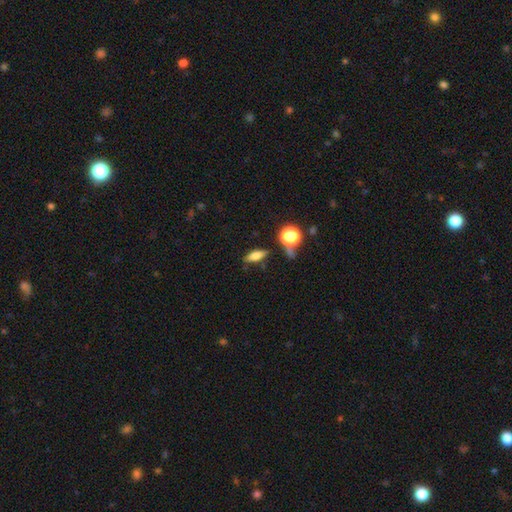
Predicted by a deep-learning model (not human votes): smooth_or_featured: smooth (p=0.68) [alt: featured or disk p=0.21]
how_rounded: in between (p=0.60) [alt: cigar-shaped p=0.30]
merging: none (p=0.75) [alt: minor disturbance p=0.14]